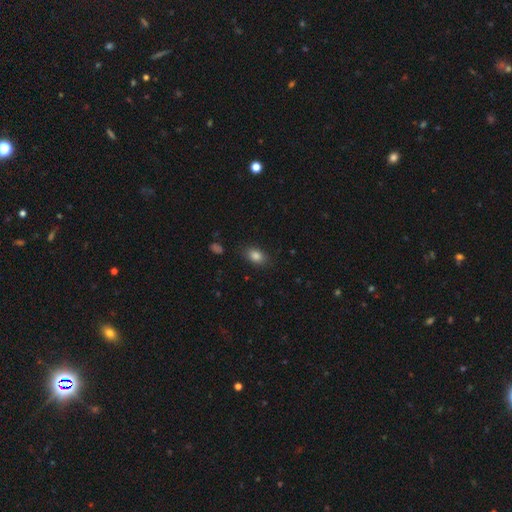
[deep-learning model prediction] The model was most divided on "how rounded": in between: 81%, round: 17%, cigar-shaped: 2%. More confident: smooth or featured — smooth (84%); merging — none (83%).